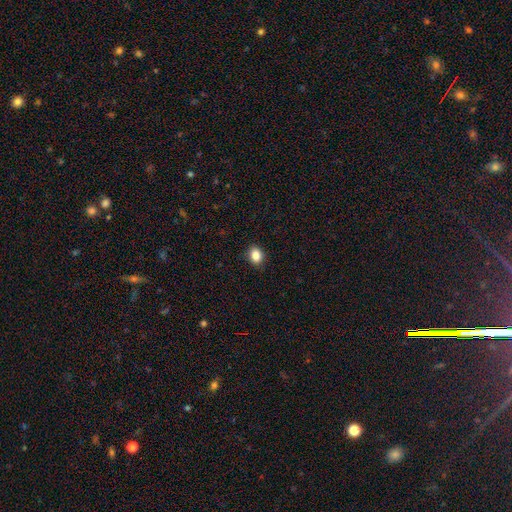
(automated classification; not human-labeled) Morphology: type=smooth (85%); roundness=in between (52%); merging=none (88%).